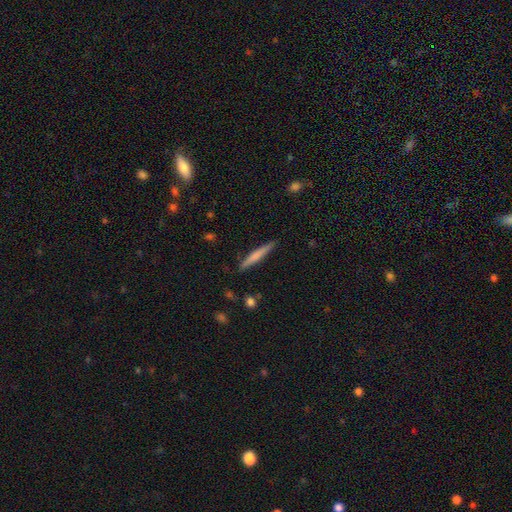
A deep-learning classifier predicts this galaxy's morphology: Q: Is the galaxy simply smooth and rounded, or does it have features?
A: smooth — 59%.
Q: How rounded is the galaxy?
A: cigar-shaped — 95%.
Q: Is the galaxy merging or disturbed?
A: none — 89%.